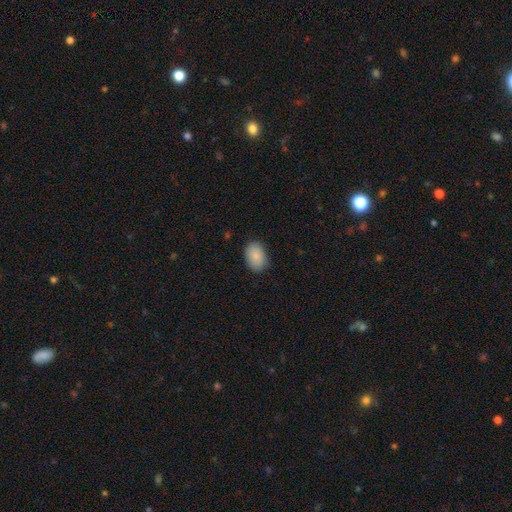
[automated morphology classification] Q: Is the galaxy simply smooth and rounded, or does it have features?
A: smooth — 88%.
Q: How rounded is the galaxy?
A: in between — 81%.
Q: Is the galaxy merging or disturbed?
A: none — 83%.